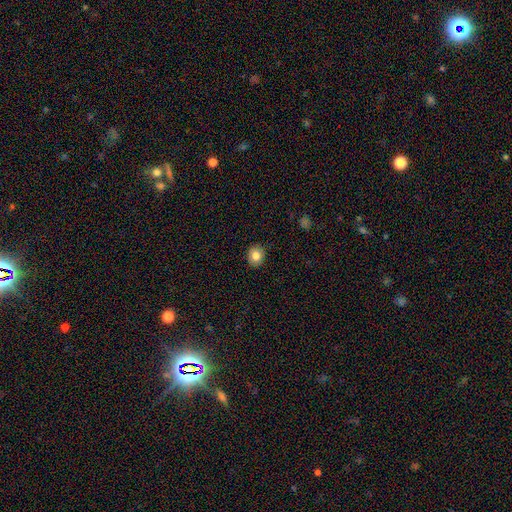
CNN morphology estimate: Smooth or featured?
  - smooth: 81% *
  - featured or disk: 9%
  - star or artifact: 9%
How rounded?
  - round: 65% *
  - in between: 34%
  - cigar-shaped: 1%
Merging?
  - none: 90% *
  - minor disturbance: 7%
  - major disturbance: 2%
  - merger: 1%